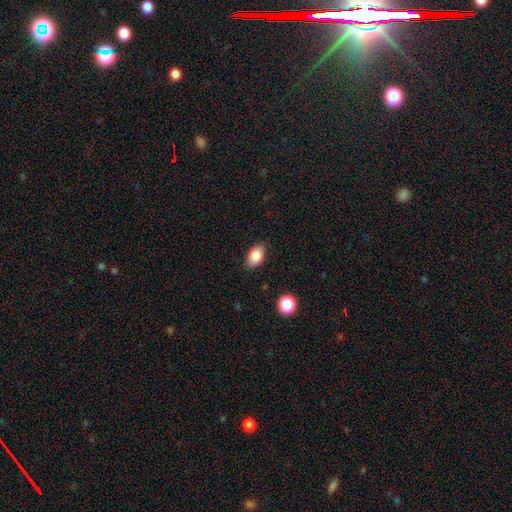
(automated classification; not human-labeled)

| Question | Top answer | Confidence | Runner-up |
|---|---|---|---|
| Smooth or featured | smooth | 85% | star or artifact (8%) |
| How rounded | in between | 91% | round (7%) |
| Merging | none | 85% | minor disturbance (11%) |